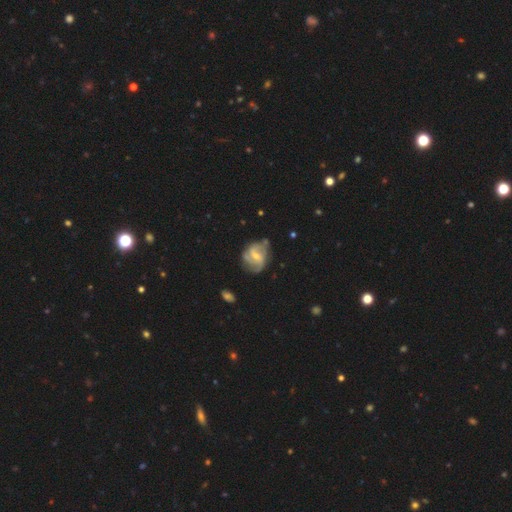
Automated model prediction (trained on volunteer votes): Q: Smooth or featured?
A: featured or disk (75%); runner-up: smooth (18%)
Q: Edge-on disk?
A: no (97%); runner-up: yes (3%)
Q: Bar?
A: weak (53%); runner-up: no (26%)
Q: Spiral arms?
A: yes (86%); runner-up: no (14%)
Q: Spiral winding?
A: medium (44%); runner-up: loose (31%)
Q: Spiral arm count?
A: 2 (49%); runner-up: can't tell (23%)
Q: Bulge size?
A: small (52%); runner-up: moderate (39%)
Q: Merging?
A: none (56%); runner-up: minor disturbance (26%)